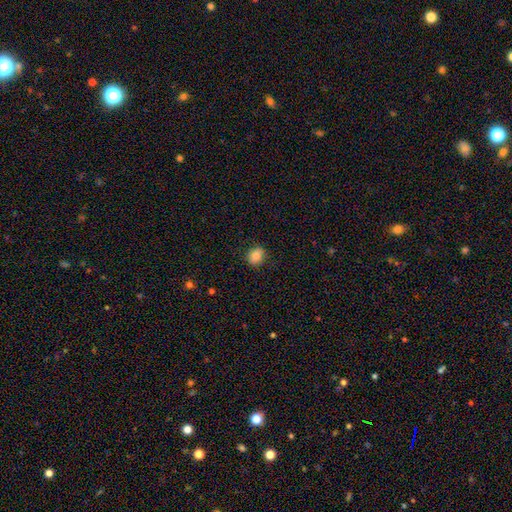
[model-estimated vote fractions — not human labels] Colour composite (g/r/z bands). It shows a smooth galaxy with no disk features (84%) that is round (63%). Merging: none (85%).